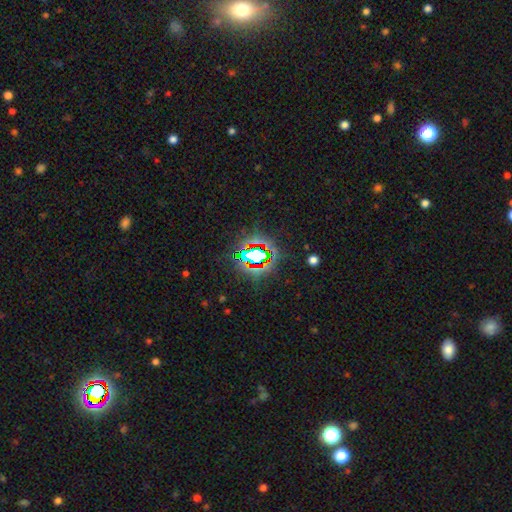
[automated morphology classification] smooth_or_featured: star or artifact (p=0.69) [alt: smooth p=0.18]